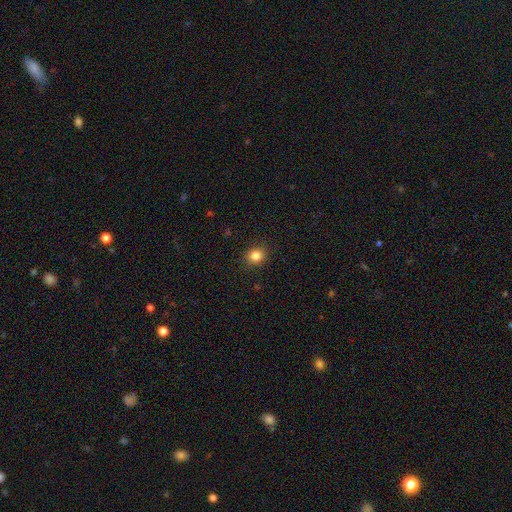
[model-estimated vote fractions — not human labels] Overall: smooth (84%). How rounded: round (76%). Merging: none (90%).